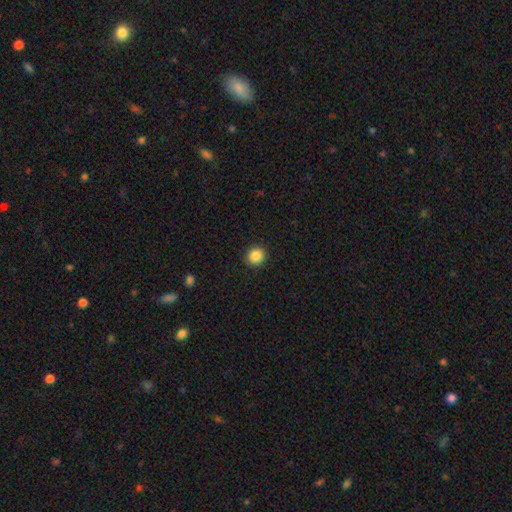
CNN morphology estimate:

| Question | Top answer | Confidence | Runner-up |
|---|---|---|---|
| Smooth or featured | smooth | 86% | star or artifact (10%) |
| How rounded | round | 86% | in between (13%) |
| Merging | none | 92% | minor disturbance (6%) |